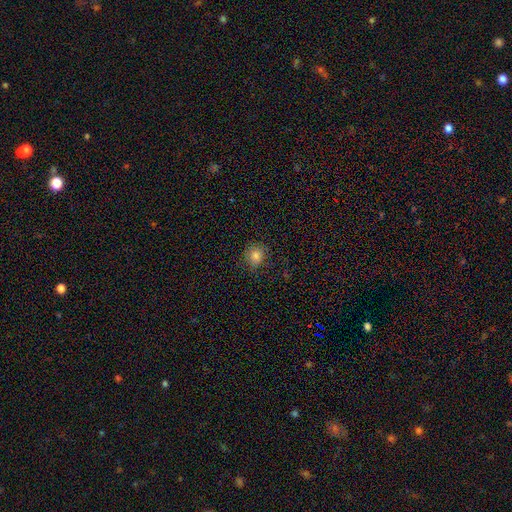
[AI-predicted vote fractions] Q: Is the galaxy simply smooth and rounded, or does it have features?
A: smooth — 80%.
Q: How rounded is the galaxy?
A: round — 78%.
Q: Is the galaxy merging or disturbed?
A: none — 79%.